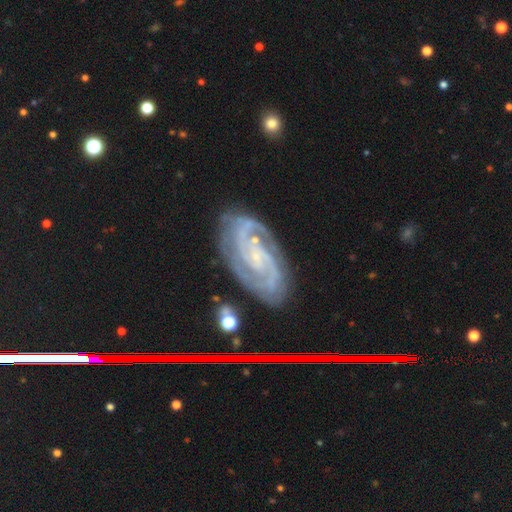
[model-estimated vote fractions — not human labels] The model was most divided on "bar": no: 52%, weak: 34%, strong: 14%. More confident: spiral arms — yes (98%); edge-on disk — no (97%); smooth or featured — featured or disk (90%); merging — none (78%); bulge size — small (75%); spiral arm count — 2 (63%); spiral winding — tight (59%).